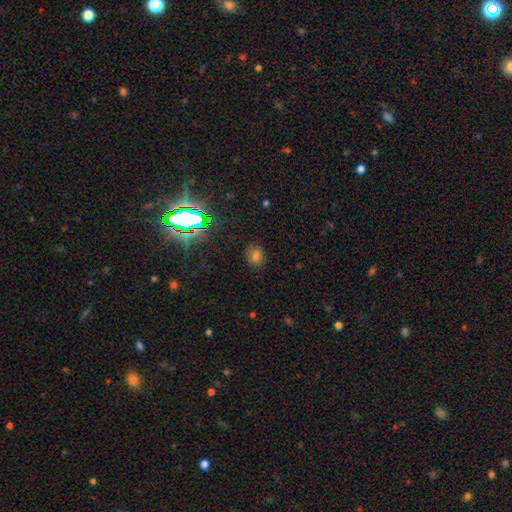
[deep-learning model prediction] smooth-or-featured: smooth: 55% | star or artifact: 36% | featured or disk: 9%
  how-rounded: round: 59% | in between: 39% | cigar-shaped: 1%
  merging: none: 86% | minor disturbance: 10% | major disturbance: 3% | merger: 2%